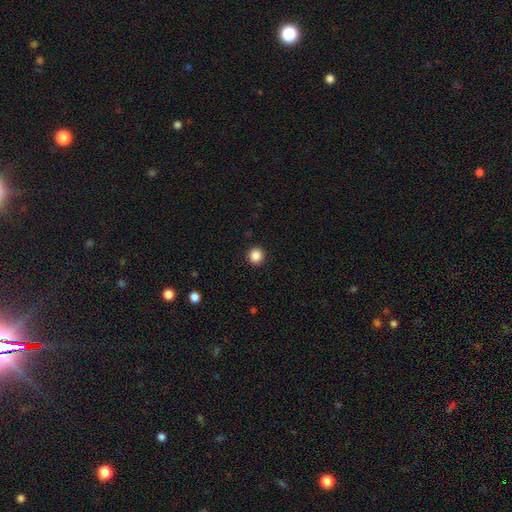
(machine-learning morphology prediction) The model was most divided on "smooth or featured": smooth: 87%, star or artifact: 10%, featured or disk: 3%. More confident: how rounded — round (94%); merging — none (93%).